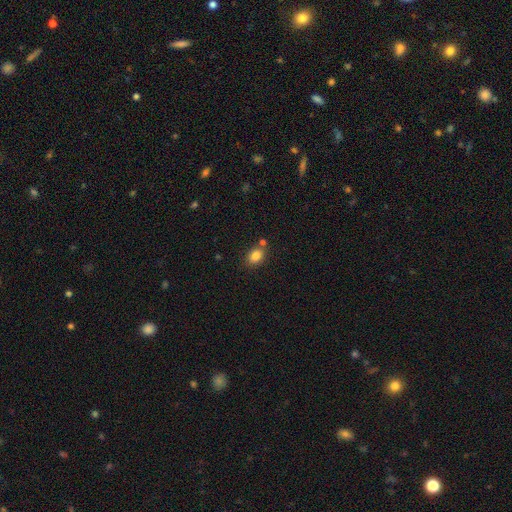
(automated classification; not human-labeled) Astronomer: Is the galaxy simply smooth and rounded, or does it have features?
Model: smooth — 83%.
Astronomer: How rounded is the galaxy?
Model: in between — 66%.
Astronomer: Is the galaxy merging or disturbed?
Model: none — 71%.